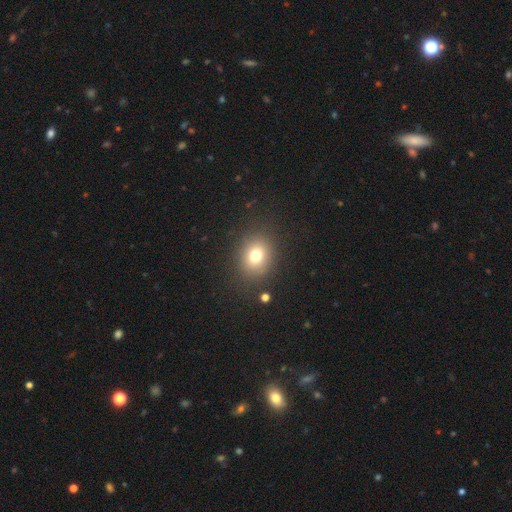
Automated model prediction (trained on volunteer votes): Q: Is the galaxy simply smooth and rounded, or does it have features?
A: smooth — 75%.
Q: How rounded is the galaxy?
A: round — 64%.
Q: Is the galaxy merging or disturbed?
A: none — 86%.